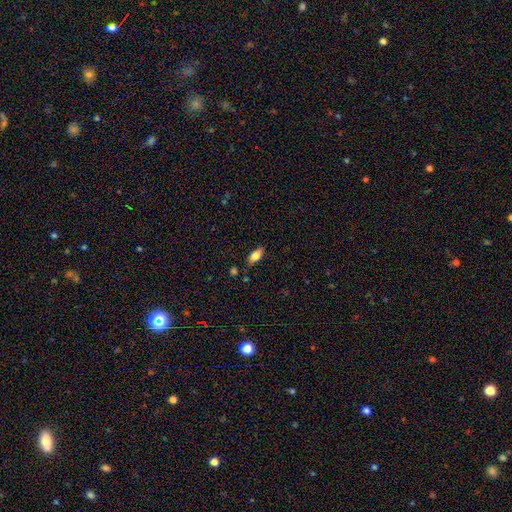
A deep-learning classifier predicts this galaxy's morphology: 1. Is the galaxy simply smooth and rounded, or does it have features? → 77% smooth, 15% featured or disk, 8% star or artifact.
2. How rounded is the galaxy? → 86% in between, 11% cigar-shaped, 4% round.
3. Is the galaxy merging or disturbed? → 77% none, 16% minor disturbance, 4% major disturbance, 3% merger.